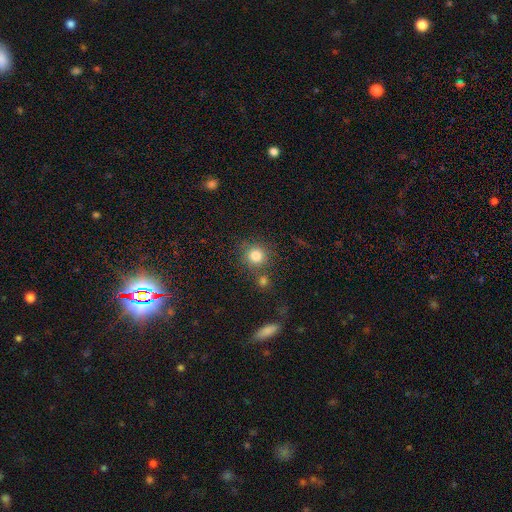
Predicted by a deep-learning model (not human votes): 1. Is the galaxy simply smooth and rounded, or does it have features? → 81% smooth, 12% star or artifact, 7% featured or disk.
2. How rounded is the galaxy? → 91% round, 8% in between, 1% cigar-shaped.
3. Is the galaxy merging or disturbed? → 74% none, 12% merger, 10% minor disturbance, 4% major disturbance.